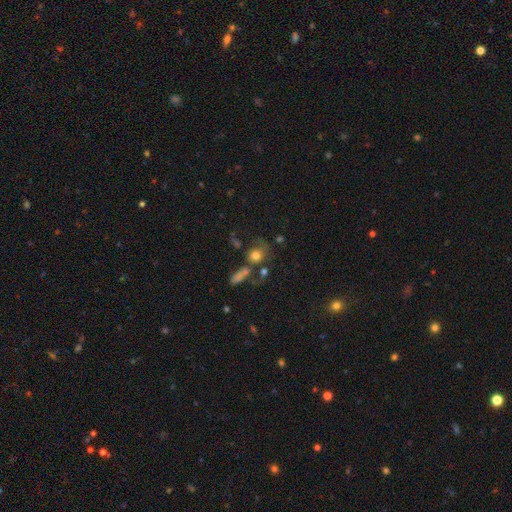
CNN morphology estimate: smooth-or-featured: smooth: 68% | featured or disk: 19% | star or artifact: 14%
  how-rounded: round: 74% | in between: 23% | cigar-shaped: 3%
  merging: none: 42% | merger: 25% | major disturbance: 18% | minor disturbance: 15%